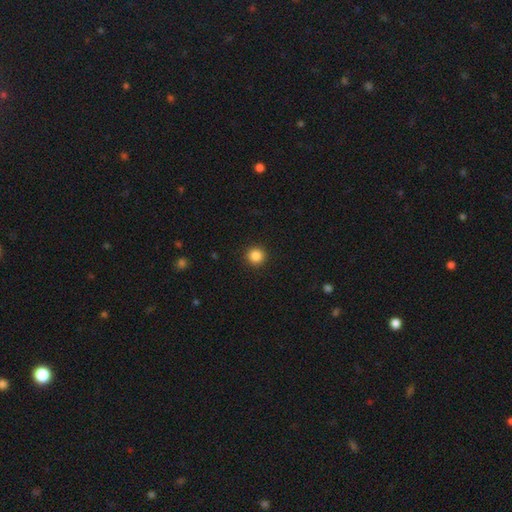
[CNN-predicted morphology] Smooth or featured? Predicted: smooth (p=0.85). How rounded? Predicted: round (p=0.95). Merging? Predicted: none (p=0.93).